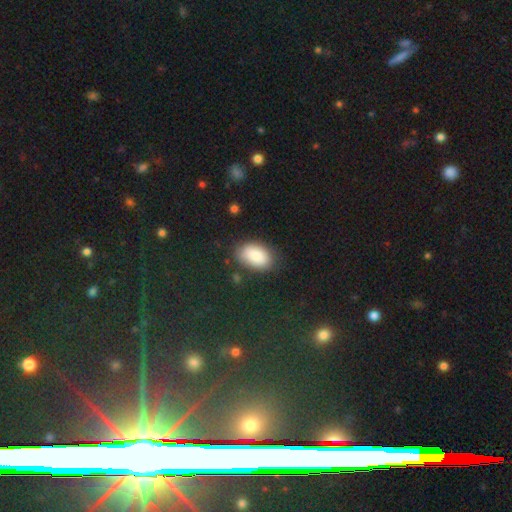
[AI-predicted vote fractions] This appears to be a smooth galaxy with no disk features (86%) that is in between round and cigar-shaped (92%). Merging: none (79%).